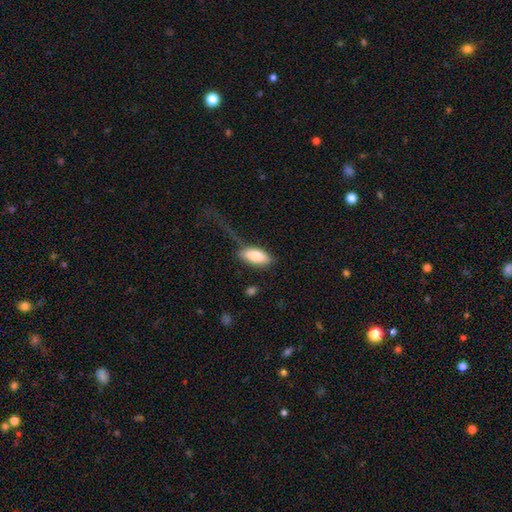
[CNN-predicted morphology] smooth_or_featured: smooth (p=0.82) [alt: featured or disk p=0.12]
how_rounded: in between (p=0.87) [alt: cigar-shaped p=0.11]
merging: none (p=0.43) [alt: major disturbance p=0.28]